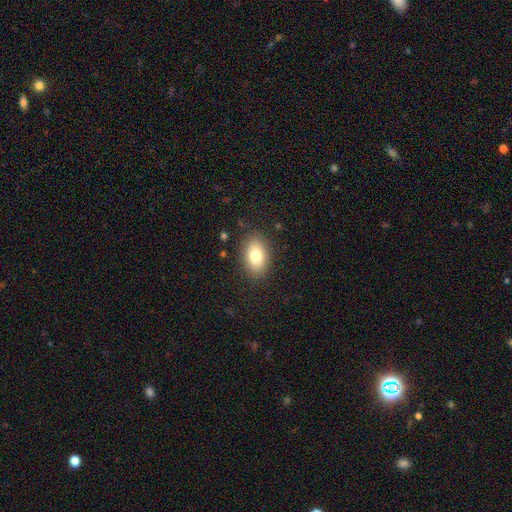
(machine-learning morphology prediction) This appears to be a smooth galaxy with no disk features (79%) that is in between round and cigar-shaped (87%). Merging: none (86%).